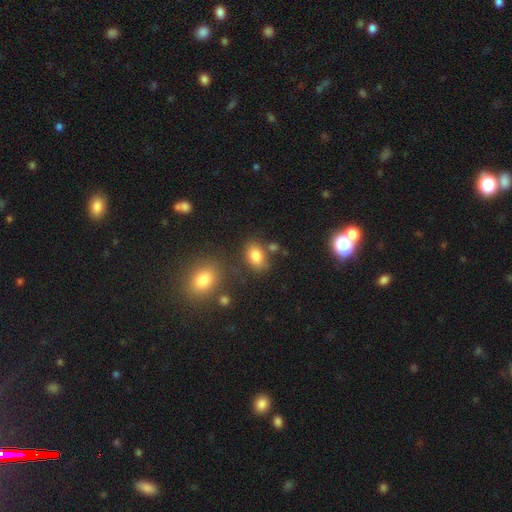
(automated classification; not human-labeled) Smooth or featured? Predicted: smooth (p=0.83). How rounded? Predicted: in between (p=0.83). Merging? Predicted: none (p=0.73).